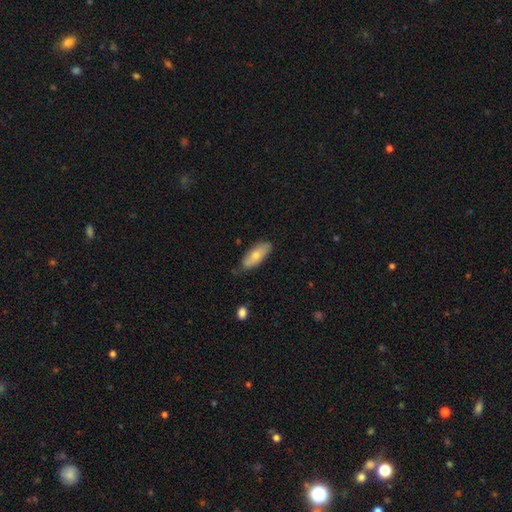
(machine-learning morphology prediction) smooth 69%, featured or disk 25%, star or artifact 6%. Down the decision tree: how rounded — in between (79%); merging — none (68%).